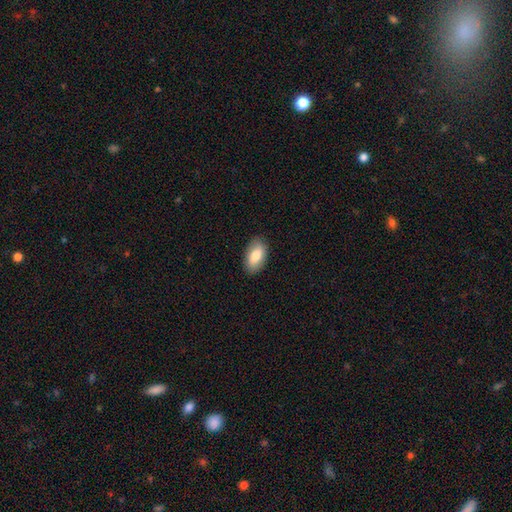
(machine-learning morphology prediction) The model was most divided on "smooth or featured": smooth: 74%, featured or disk: 20%, star or artifact: 6%. More confident: how rounded — in between (93%); merging — none (87%).